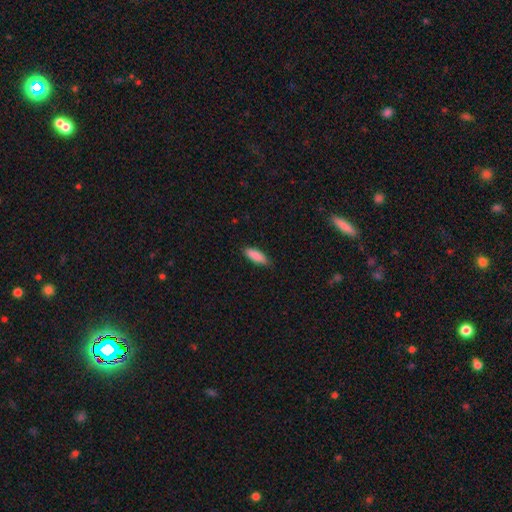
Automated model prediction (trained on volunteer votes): smooth-or-featured: smooth: 87% | featured or disk: 7% | star or artifact: 6%
  how-rounded: in between: 53% | cigar-shaped: 45% | round: 2%
  merging: none: 83% | minor disturbance: 13% | major disturbance: 2% | merger: 1%